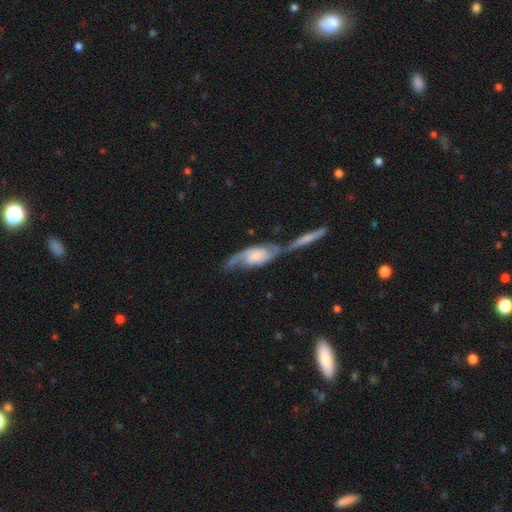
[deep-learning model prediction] featured or disk 78%, smooth 17%, star or artifact 5%. Down the decision tree: edge-on disk — no (89%); bar — no (52%); spiral arms — yes (95%); spiral arm count — 2 (88%); spiral winding — loose (42%, tied with medium); bulge size — moderate (36%); merging — merger (42%).